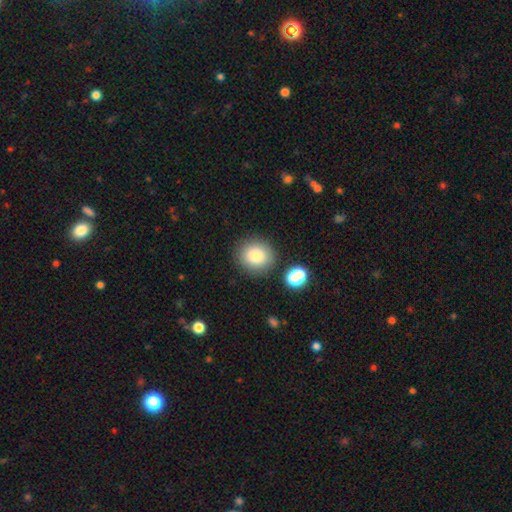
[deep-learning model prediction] Smooth or featured: smooth — 82% (star or artifact — 10%)
How rounded: round — 83% (in between — 16%)
Merging: none — 83% (minor disturbance — 9%)